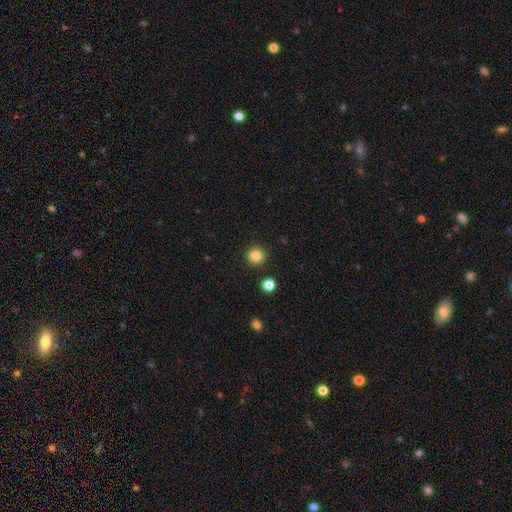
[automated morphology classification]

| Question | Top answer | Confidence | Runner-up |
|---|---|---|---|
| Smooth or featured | smooth | 84% | star or artifact (12%) |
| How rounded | round | 95% | in between (4%) |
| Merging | none | 92% | minor disturbance (5%) |